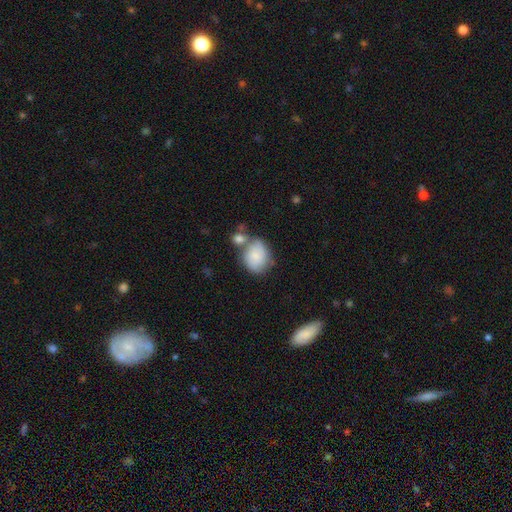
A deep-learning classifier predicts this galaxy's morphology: smooth-or-featured: smooth: 75% | featured or disk: 18% | star or artifact: 7%
  how-rounded: round: 52% | in between: 46% | cigar-shaped: 1%
  merging: none: 41% | merger: 28% | minor disturbance: 22% | major disturbance: 9%